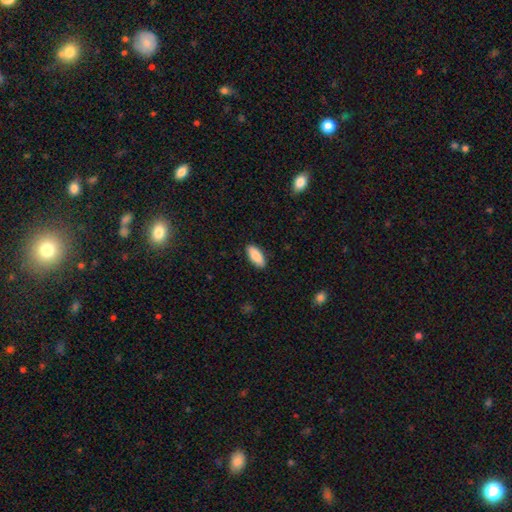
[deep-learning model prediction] Q: Smooth or featured?
A: smooth (87%); runner-up: featured or disk (7%)
Q: How rounded?
A: in between (82%); runner-up: cigar-shaped (16%)
Q: Merging?
A: none (90%); runner-up: minor disturbance (8%)